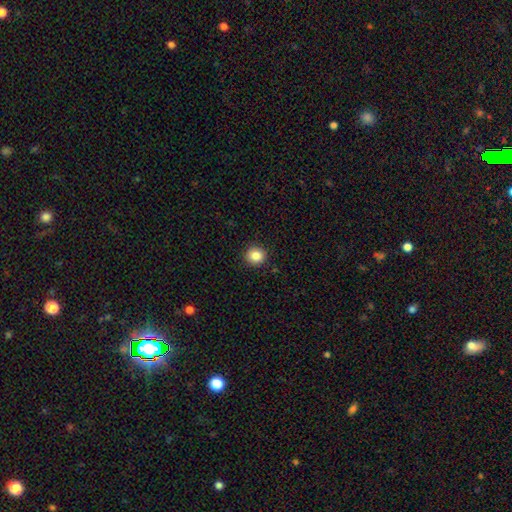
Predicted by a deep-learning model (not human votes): Morphology: type=smooth (86%); roundness=round (89%); merging=none (91%).